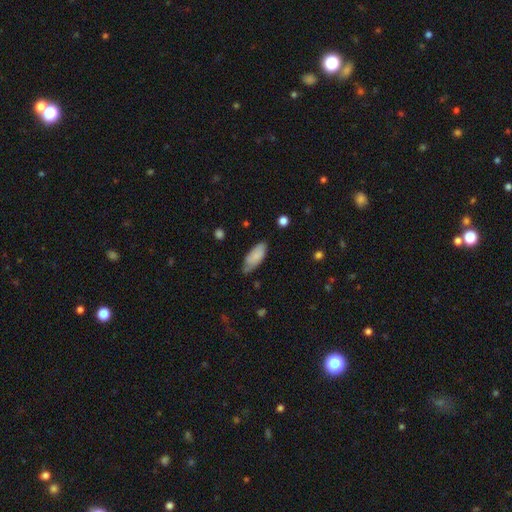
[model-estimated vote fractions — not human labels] Overall: smooth (80%). How rounded: in between (82%). Merging: none (63%; minor disturbance 29%).